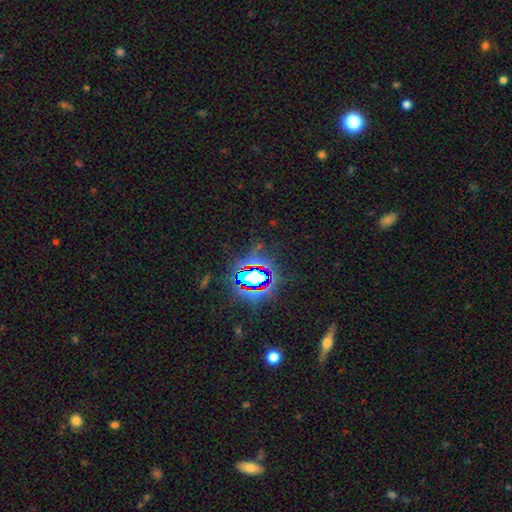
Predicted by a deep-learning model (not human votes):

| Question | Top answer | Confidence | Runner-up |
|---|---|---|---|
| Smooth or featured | star or artifact | 81% | smooth (11%) |